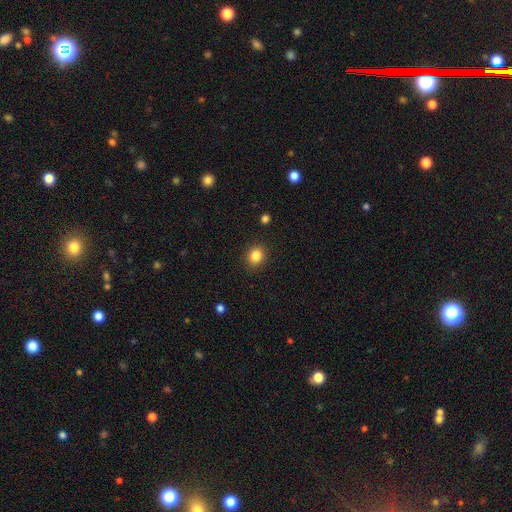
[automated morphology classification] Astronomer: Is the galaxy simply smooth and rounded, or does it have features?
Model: smooth — 85%.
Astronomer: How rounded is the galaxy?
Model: round — 76%.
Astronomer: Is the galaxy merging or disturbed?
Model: none — 90%.